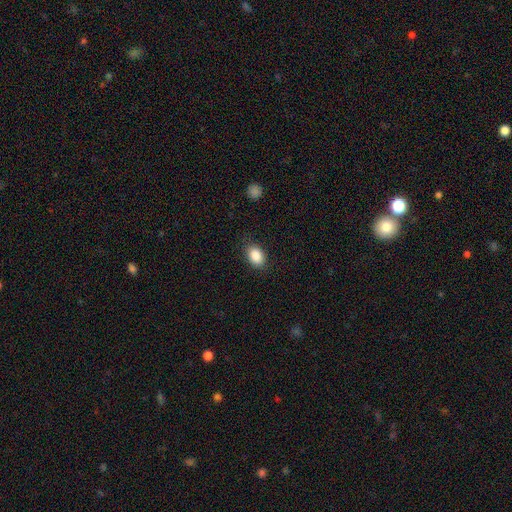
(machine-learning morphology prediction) Smooth or featured: smooth — 88% (star or artifact — 8%)
How rounded: in between — 80% (round — 19%)
Merging: none — 85% (minor disturbance — 11%)